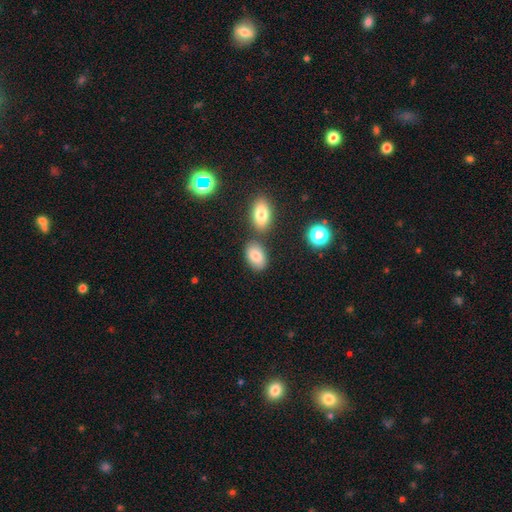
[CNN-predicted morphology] Smooth or featured? Predicted: smooth (p=0.82). How rounded? Predicted: in between (p=0.89). Merging? Predicted: none (p=0.70).